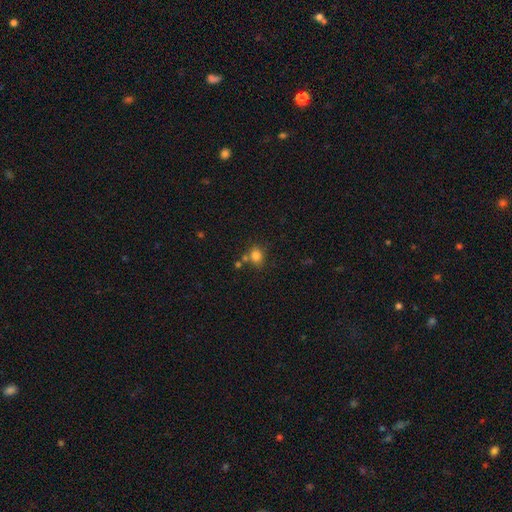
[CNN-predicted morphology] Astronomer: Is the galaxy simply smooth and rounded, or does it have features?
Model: smooth — 82%.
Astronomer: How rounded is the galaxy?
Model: round — 63%.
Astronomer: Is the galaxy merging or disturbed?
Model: none — 65%.